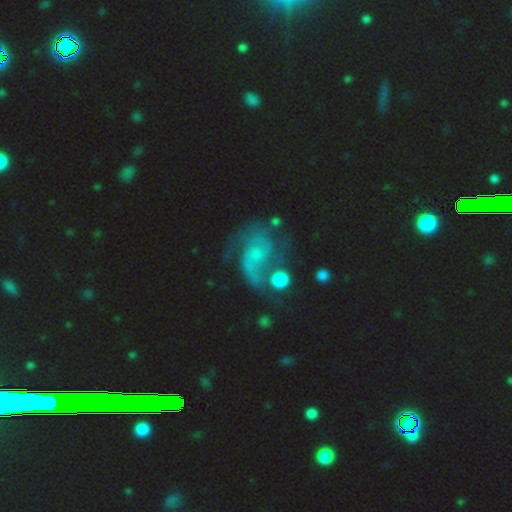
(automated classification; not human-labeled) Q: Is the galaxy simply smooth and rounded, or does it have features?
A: featured or disk — 87%.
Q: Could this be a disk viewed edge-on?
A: no — 98%.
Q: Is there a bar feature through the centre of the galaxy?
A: no — 60%.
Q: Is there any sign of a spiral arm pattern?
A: yes — 97%.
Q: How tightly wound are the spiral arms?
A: medium — 53%.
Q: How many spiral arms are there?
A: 2 — 81%.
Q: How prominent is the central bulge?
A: small — 69%.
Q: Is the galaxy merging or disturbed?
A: none — 55%.